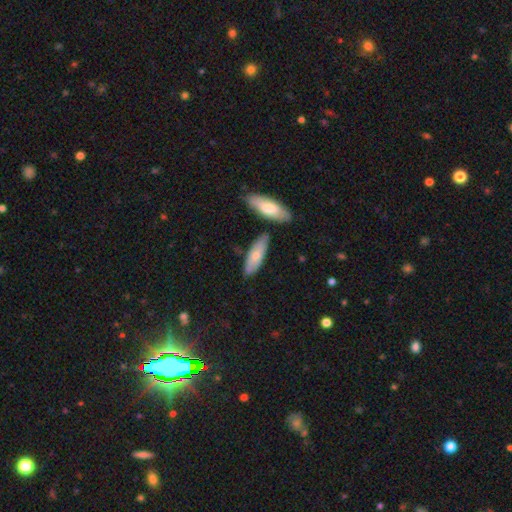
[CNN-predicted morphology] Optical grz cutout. It shows a smooth galaxy with no disk features (64%) that is in between round and cigar-shaped (57%). Merging: none (74%).